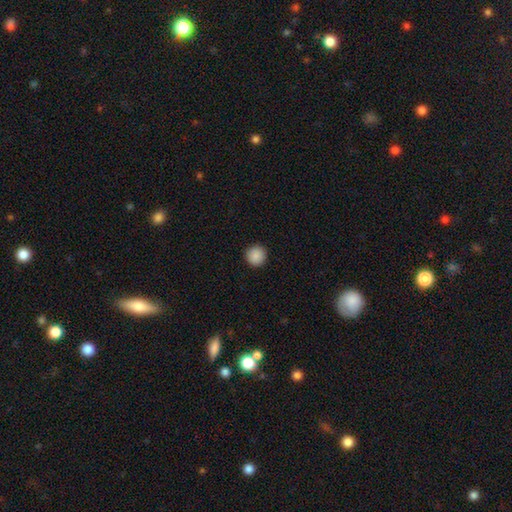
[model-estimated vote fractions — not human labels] This is clearly a smooth galaxy (89%). How rounded: clearly round (95%). Merging: clearly none (93%).